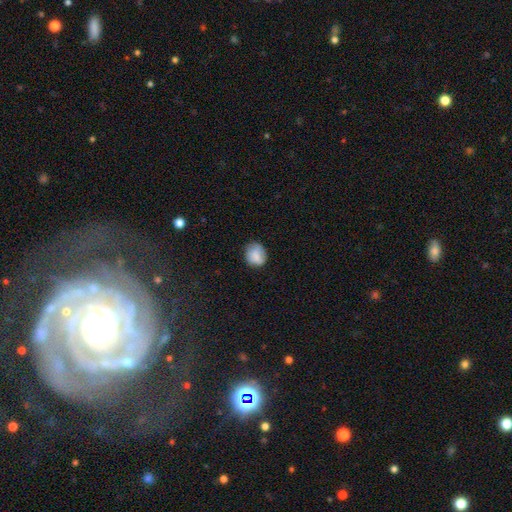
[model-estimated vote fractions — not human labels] Smooth or featured: smooth — 81% (featured or disk — 11%)
How rounded: round — 69% (in between — 30%)
Merging: none — 70% (minor disturbance — 23%)